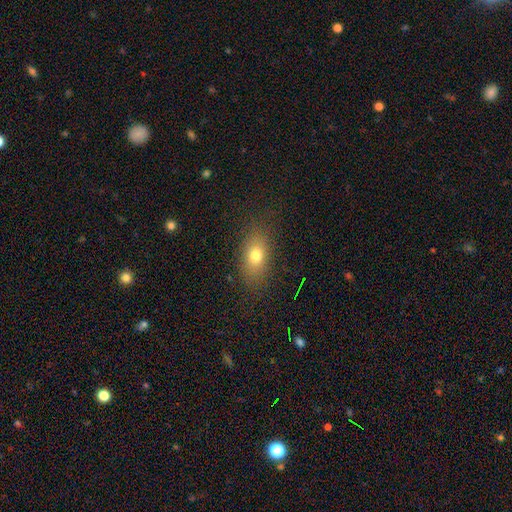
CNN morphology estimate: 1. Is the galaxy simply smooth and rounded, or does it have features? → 75% smooth, 14% featured or disk, 11% star or artifact.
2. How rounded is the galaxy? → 80% in between, 12% round, 8% cigar-shaped.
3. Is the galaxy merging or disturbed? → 83% none, 12% minor disturbance, 5% major disturbance, 1% merger.